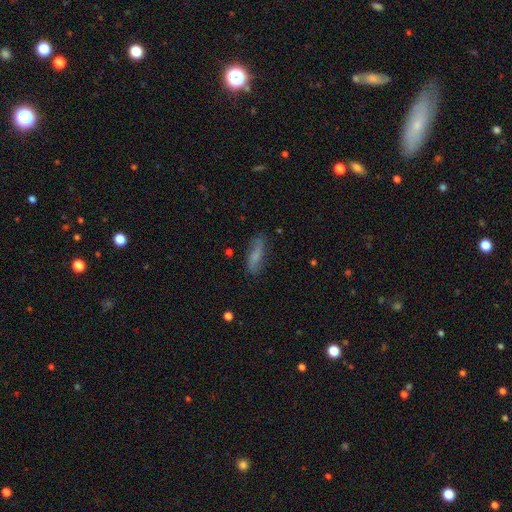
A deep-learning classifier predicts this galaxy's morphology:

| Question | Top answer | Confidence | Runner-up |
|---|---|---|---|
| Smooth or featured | smooth | 59% | featured or disk (32%) |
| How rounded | cigar-shaped | 53% | in between (44%) |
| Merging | none | 75% | minor disturbance (18%) |